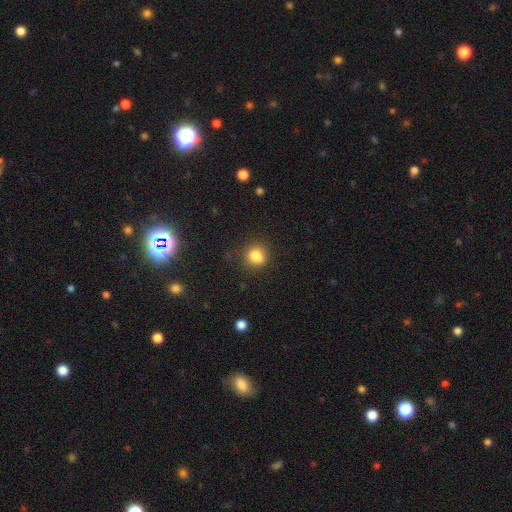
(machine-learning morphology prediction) type=smooth (83%); roundness=round (81%); merging=none (82%).